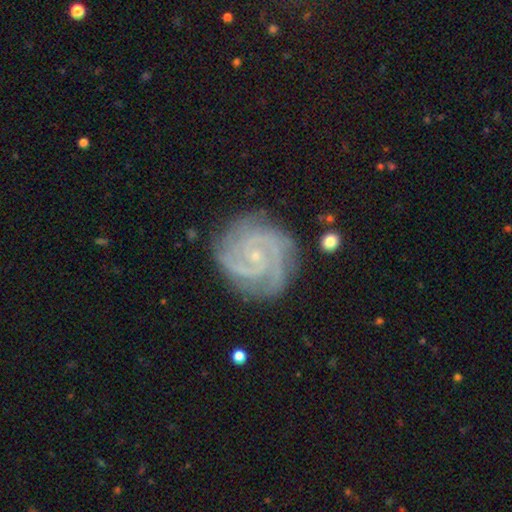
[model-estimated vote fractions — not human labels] This is clearly a featured or disk galaxy (91%). It is clearly not viewed edge-on (98%). Bar: likely no (68%). Spiral arm pattern: clearly yes (99%). Spiral arm count: marginally 3 (36%). Spiral winding: likely tight (70%). Central bulge: clearly small (85%). Merging: likely none (80%).